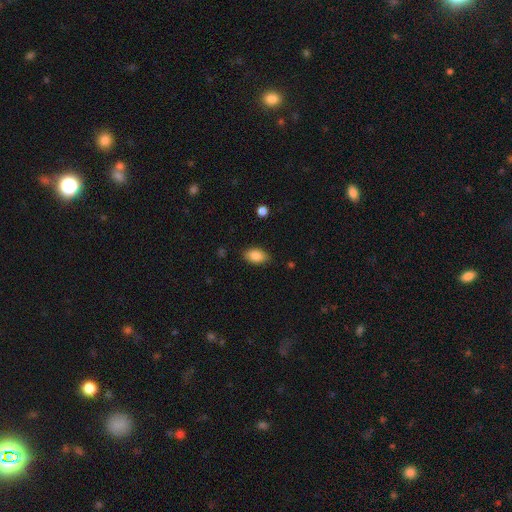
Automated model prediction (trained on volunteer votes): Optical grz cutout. It shows a smooth galaxy with no disk features (87%) that is in between round and cigar-shaped (91%). Merging: none (84%).